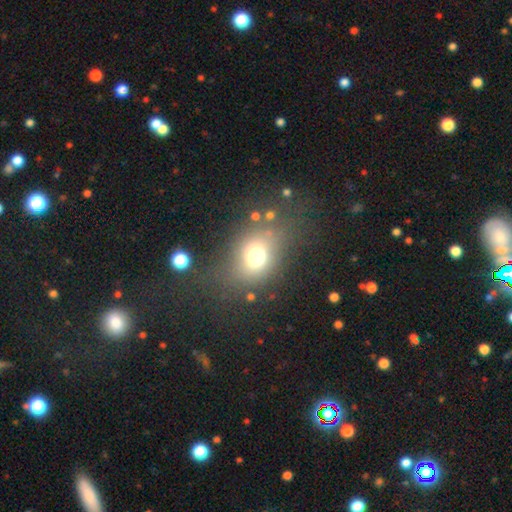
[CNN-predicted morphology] Smooth or featured? smooth (69%)
How rounded? in between (52%)
Merging? none (70%)